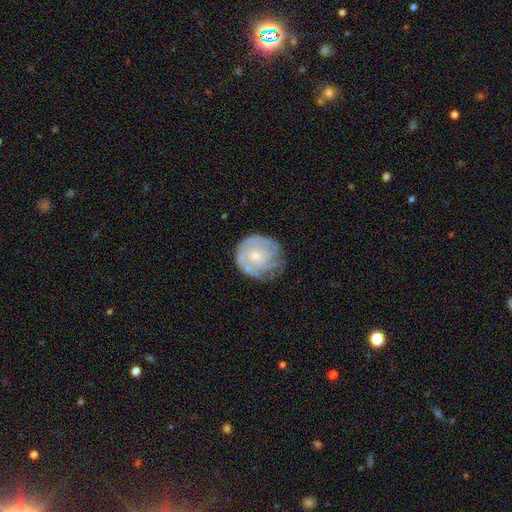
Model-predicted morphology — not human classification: Smooth or featured?
  - featured or disk: 61% *
  - smooth: 32%
  - star or artifact: 6%
Edge-on disk?
  - no: 98% *
  - yes: 2%
Bar?
  - no: 78% *
  - weak: 19%
  - strong: 3%
Spiral arms?
  - yes: 74% *
  - no: 26%
Bulge size?
  - small: 53% *
  - moderate: 37%
  - none: 6%
  - large: 3%
  - dominant: 1%
Merging?
  - none: 62% *
  - minor disturbance: 25%
  - major disturbance: 11%
  - merger: 2%